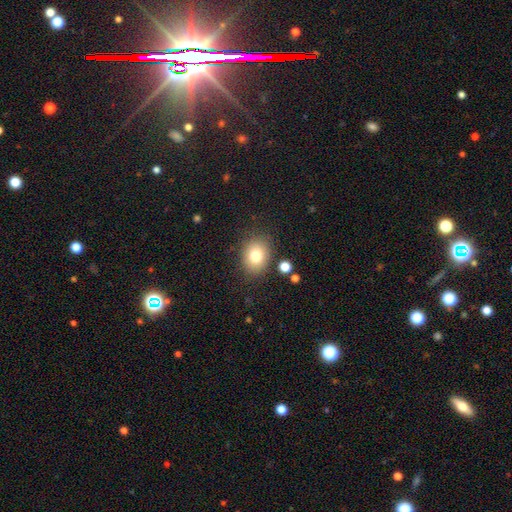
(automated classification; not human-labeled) smooth 79%, star or artifact 11%, featured or disk 10%. Down the decision tree: how rounded — in between (52%); merging — none (83%).